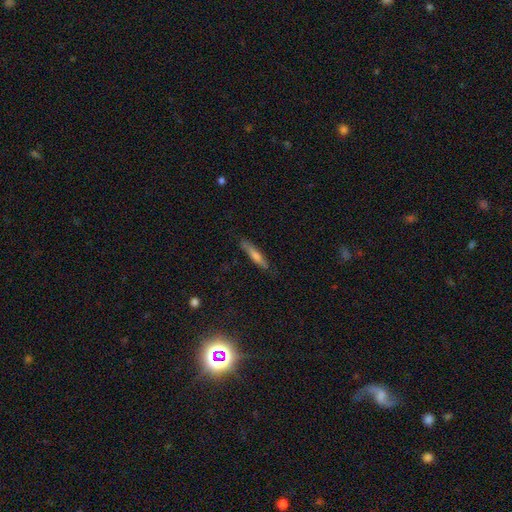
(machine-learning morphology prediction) The model was most divided on "smooth or featured": smooth: 61%, featured or disk: 32%, star or artifact: 7%. More confident: how rounded — cigar-shaped (90%); merging — none (83%).